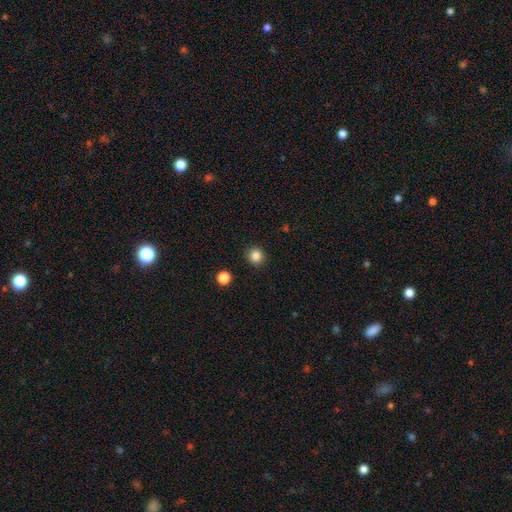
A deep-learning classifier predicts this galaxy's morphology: Smooth or featured? Predicted: smooth (p=0.85). How rounded? Predicted: round (p=0.90). Merging? Predicted: none (p=0.91).